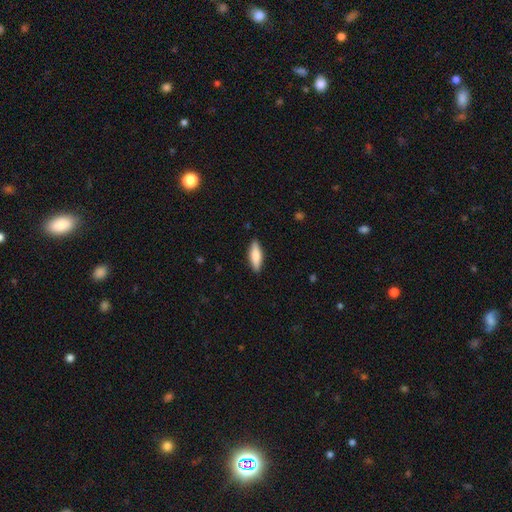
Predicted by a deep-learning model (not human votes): Q: Smooth or featured?
A: smooth (74%); runner-up: featured or disk (20%)
Q: How rounded?
A: in between (53%); runner-up: cigar-shaped (45%)
Q: Merging?
A: none (89%); runner-up: minor disturbance (9%)